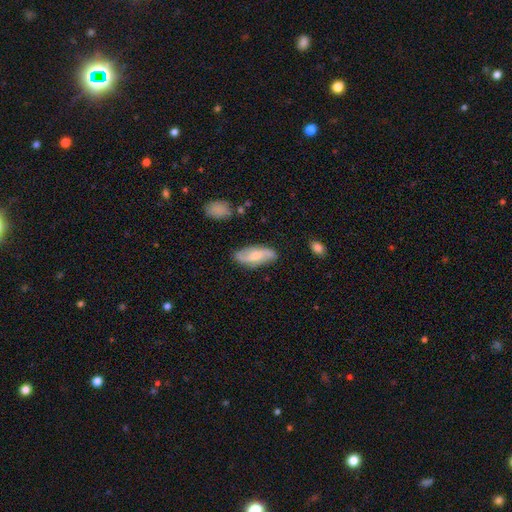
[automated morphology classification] Smooth or featured: featured or disk — 55% (smooth — 39%)
Edge-on disk: no — 90% (yes — 10%)
Merging: none — 78% (minor disturbance — 16%)